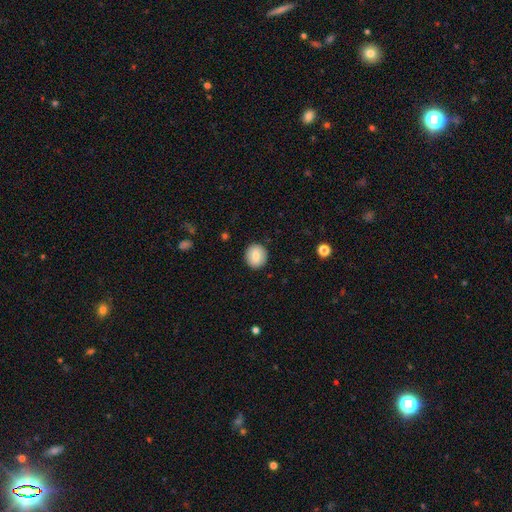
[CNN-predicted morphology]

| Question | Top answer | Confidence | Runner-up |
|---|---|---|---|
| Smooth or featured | smooth | 78% | featured or disk (14%) |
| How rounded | round | 82% | in between (17%) |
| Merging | none | 89% | minor disturbance (7%) |